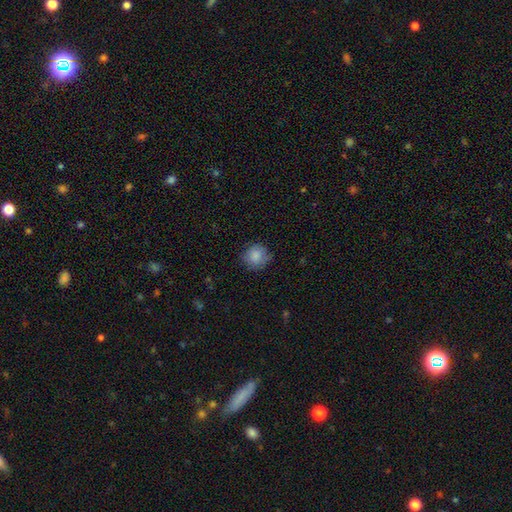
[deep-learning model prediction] Q: Smooth or featured?
A: smooth (85%); runner-up: star or artifact (8%)
Q: How rounded?
A: round (87%); runner-up: in between (12%)
Q: Merging?
A: none (74%); runner-up: minor disturbance (21%)